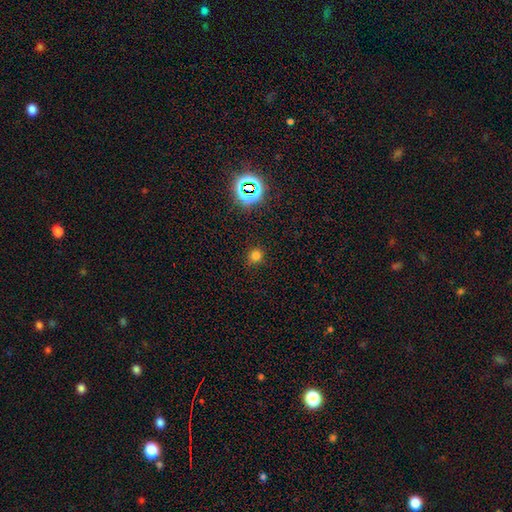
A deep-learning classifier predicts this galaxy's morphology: type=smooth (73%); roundness=round (88%); merging=none (86%).